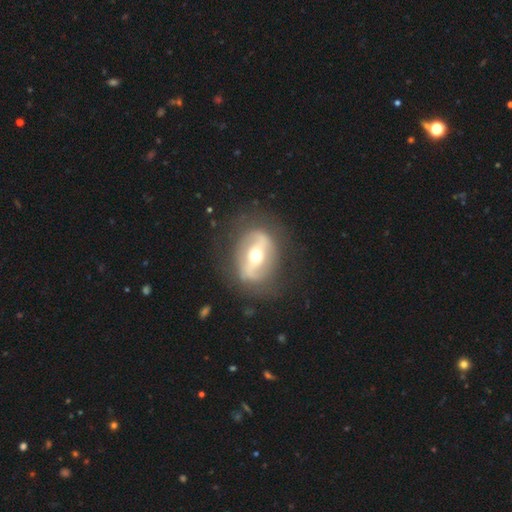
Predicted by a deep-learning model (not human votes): smooth-or-featured: featured or disk: 76% | smooth: 18% | star or artifact: 6%
  disk-edge-on: no: 91% | yes: 9%
    bar: strong: 61% | weak: 23% | no: 16%
    has-spiral-arms: yes: 52% | no: 48%
    bulge-size: moderate: 65% | small: 27% | large: 6% | dominant: 1% | none: 1%
  merging: none: 76% | minor disturbance: 14% | major disturbance: 9% | merger: 1%